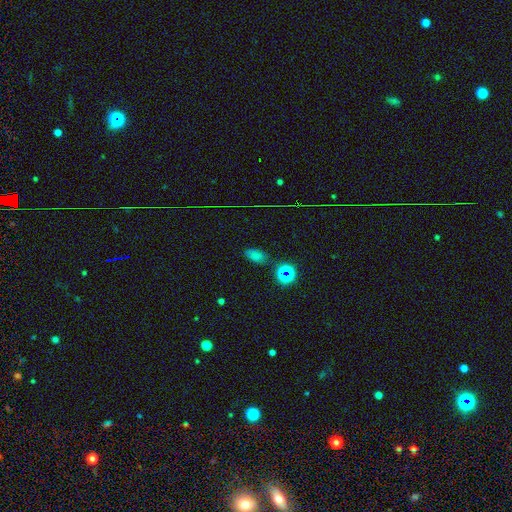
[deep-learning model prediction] smooth-or-featured: smooth: 64% | star or artifact: 30% | featured or disk: 6%
  how-rounded: in between: 82% | round: 14% | cigar-shaped: 4%
  merging: none: 78% | minor disturbance: 14% | major disturbance: 4% | merger: 4%